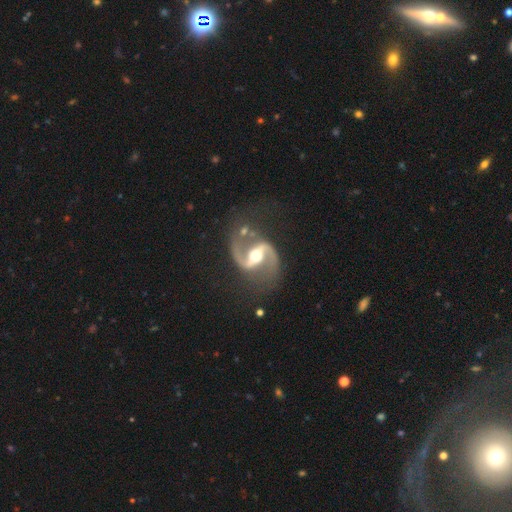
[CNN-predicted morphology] A featured or disk galaxy (93%) with a strong bar (48%), 2 (95%) loose (47%) spiral arms (98%) and a moderate central bulge (71%). Merging: none (73%).